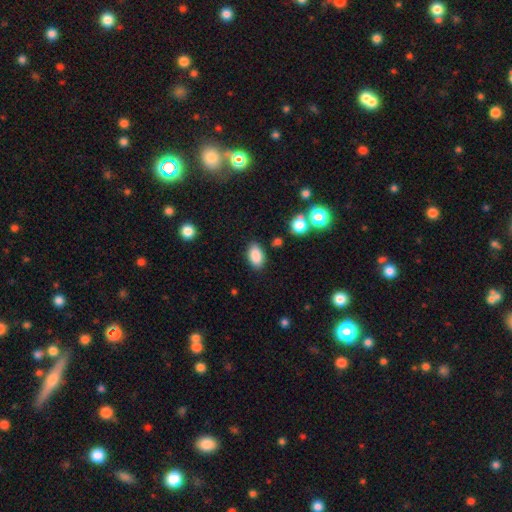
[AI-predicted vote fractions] A smooth galaxy with no disk features (86%) that is in between round and cigar-shaped (91%).

Vote fractions:
- Smooth or featured? smooth: 86% / star or artifact: 9% / featured or disk: 5%
- How rounded? in between: 91% / round: 7% / cigar-shaped: 2%
- Merging? none: 84% / minor disturbance: 10% / major disturbance: 3% / merger: 3%